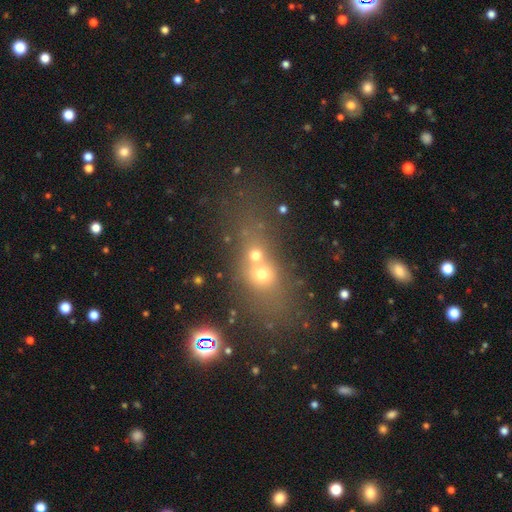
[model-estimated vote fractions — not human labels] Smooth or featured: smooth — 61% (star or artifact — 21%)
How rounded: round — 56% (in between — 37%)
Merging: merger — 59% (none — 29%)